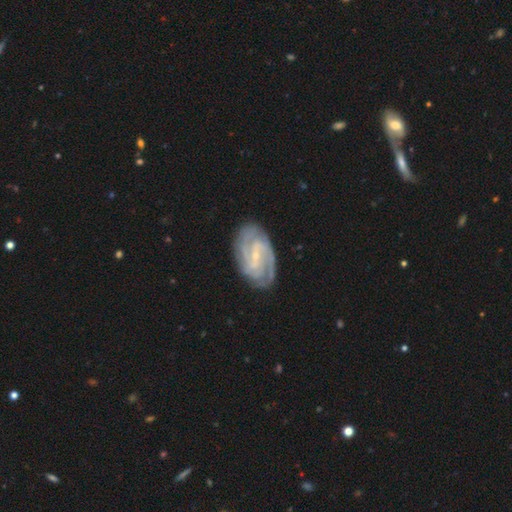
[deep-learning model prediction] Overall: featured or disk (88%). Edge-on disk: no (97%). Bar: weak (49%; strong 26%). Spiral arms: yes (97%). Spiral arm count: 2 (40%; 3 20%). Spiral winding: tight (53%; medium 38%). Bulge size: small (80%). Merging: none (81%).